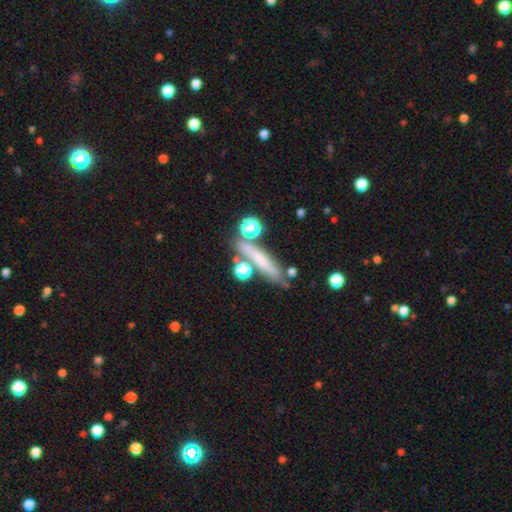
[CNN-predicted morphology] smooth-or-featured: smooth: 57% | featured or disk: 27% | star or artifact: 16%
  how-rounded: cigar-shaped: 70% | in between: 17% | round: 13%
  merging: none: 67% | minor disturbance: 15% | merger: 12% | major disturbance: 7%